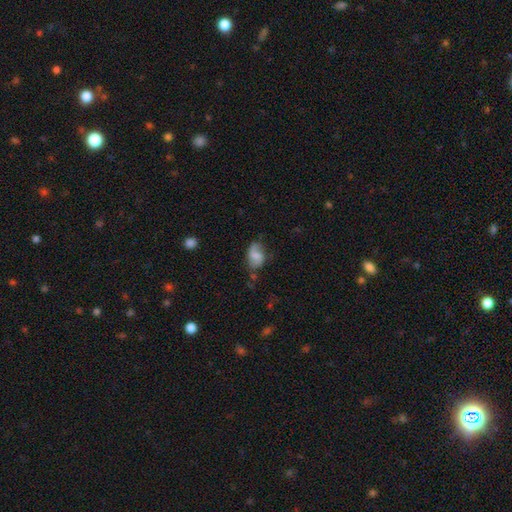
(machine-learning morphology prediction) smooth 54%, featured or disk 37%, star or artifact 9%. Down the decision tree: how rounded — in between (81%); merging — none (55%).